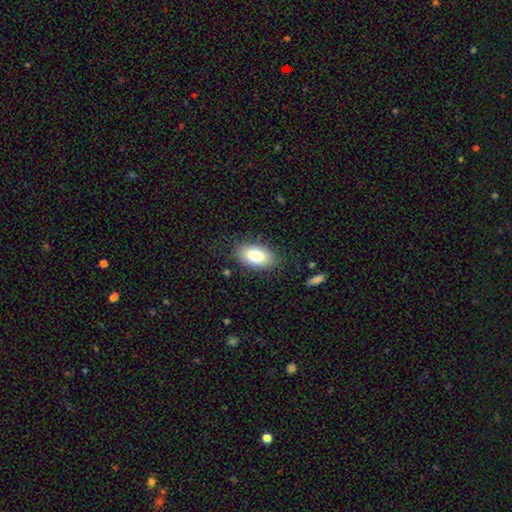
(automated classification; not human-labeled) This is clearly a smooth galaxy (81%). How rounded: clearly in between (93%). Merging: clearly none (84%).